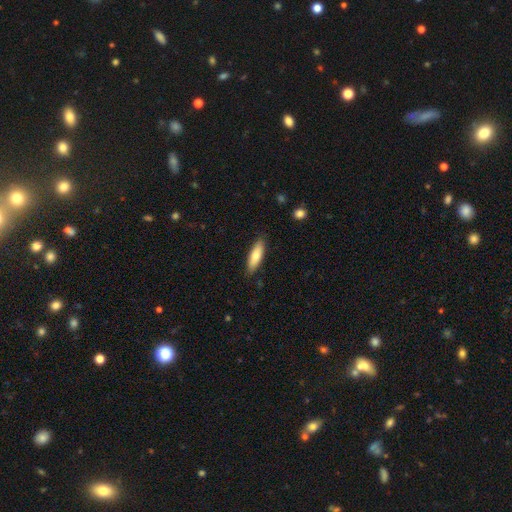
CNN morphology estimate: The model was most divided on "how rounded": cigar-shaped: 52%, in between: 47%, round: 2%. More confident: merging — none (86%); smooth or featured — smooth (75%).